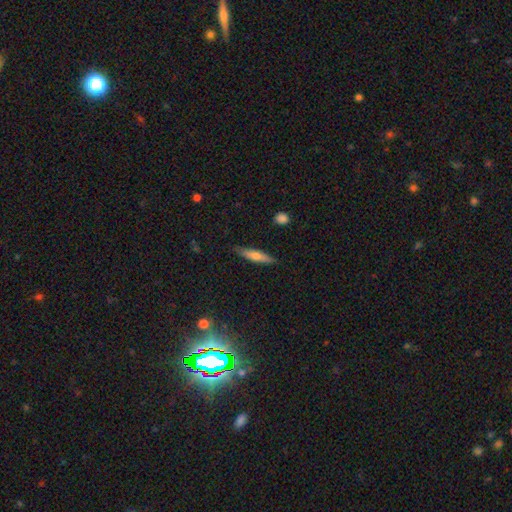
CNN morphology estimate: smooth 57%, featured or disk 36%, star or artifact 7%. Down the decision tree: how rounded — cigar-shaped (82%); merging — none (86%).